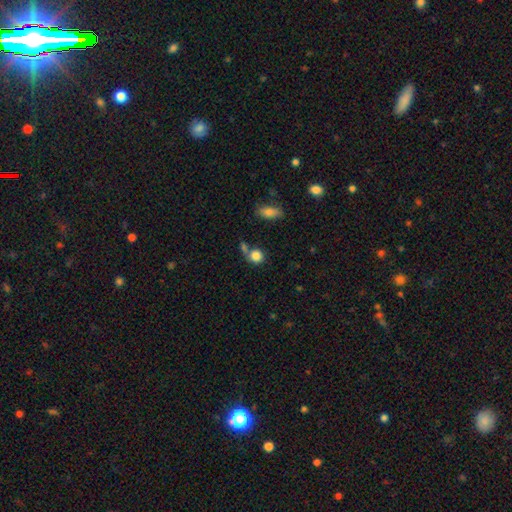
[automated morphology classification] A smooth galaxy with no disk features (83%) that is round (80%). Merging: none (55%).